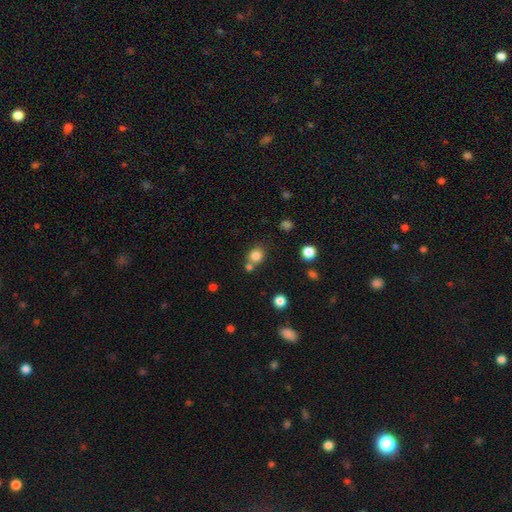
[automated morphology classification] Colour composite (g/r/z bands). It shows a smooth galaxy with no disk features (80%) that is round (79%). Merging: none (63%).